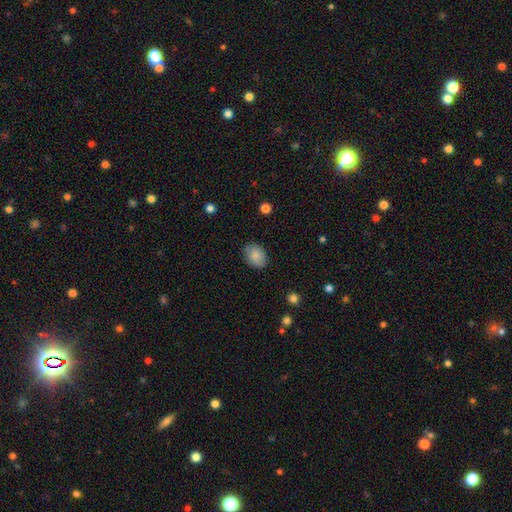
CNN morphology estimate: Smooth or featured? smooth (85%)
How rounded? in between (73%)
Merging? none (82%)